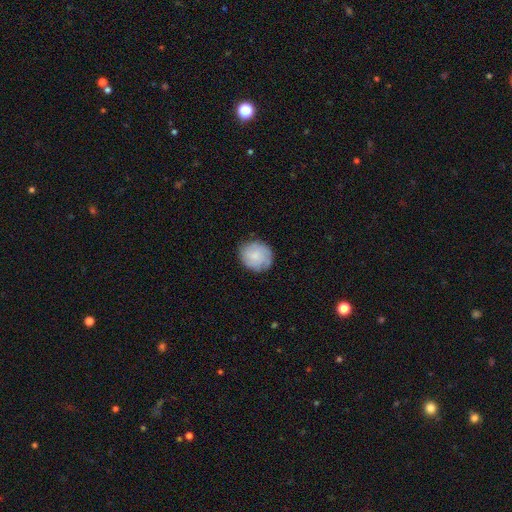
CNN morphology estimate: smooth 58%, featured or disk 35%, star or artifact 8%. Down the decision tree: how rounded — round (77%); merging — none (81%).